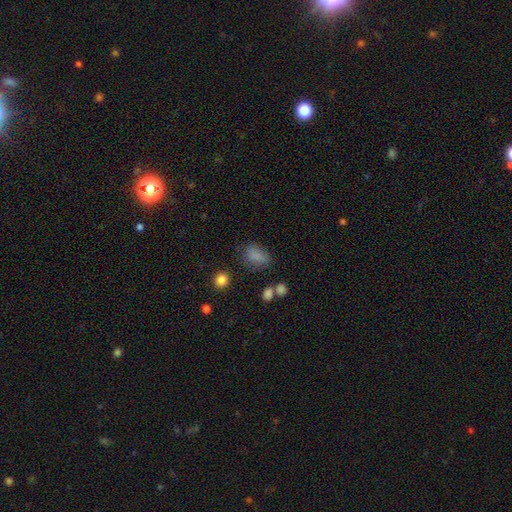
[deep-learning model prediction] Q: Smooth or featured?
A: smooth (79%); runner-up: star or artifact (13%)
Q: How rounded?
A: in between (78%); runner-up: round (20%)
Q: Merging?
A: none (62%); runner-up: minor disturbance (23%)